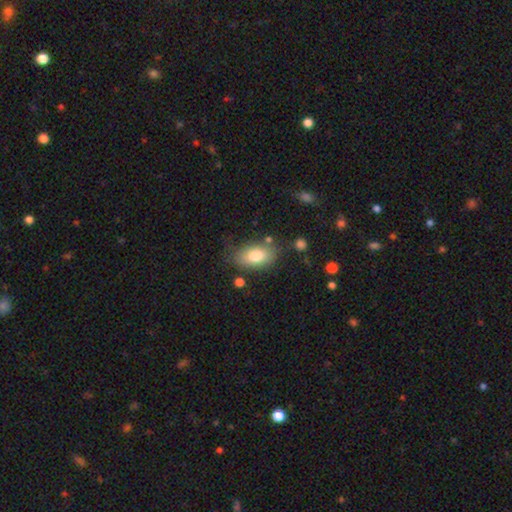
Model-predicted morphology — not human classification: This is likely a smooth galaxy (79%). How rounded: clearly in between (90%). Merging: likely none (72%).